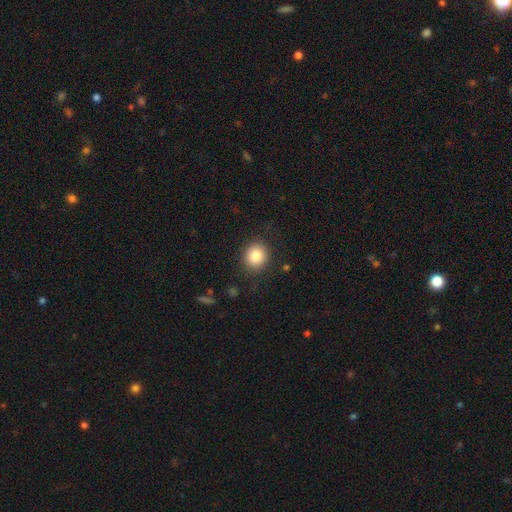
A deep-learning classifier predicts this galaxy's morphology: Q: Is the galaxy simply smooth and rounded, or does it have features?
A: smooth — 83%.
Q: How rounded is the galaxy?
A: round — 86%.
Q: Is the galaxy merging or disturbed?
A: none — 89%.